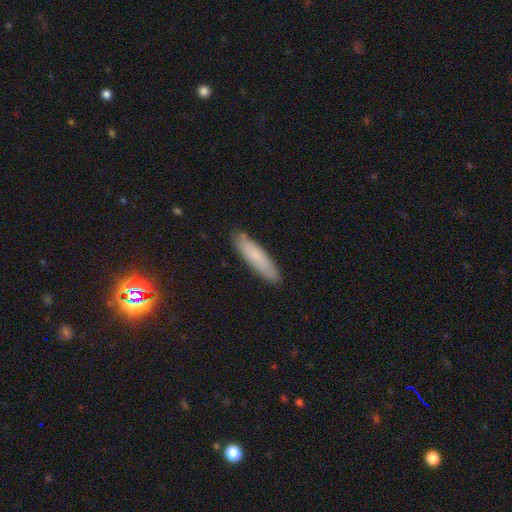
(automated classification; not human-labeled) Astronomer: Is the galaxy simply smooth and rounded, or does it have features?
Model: smooth — 75%.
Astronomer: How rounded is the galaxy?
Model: cigar-shaped — 80%.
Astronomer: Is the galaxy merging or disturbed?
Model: none — 88%.